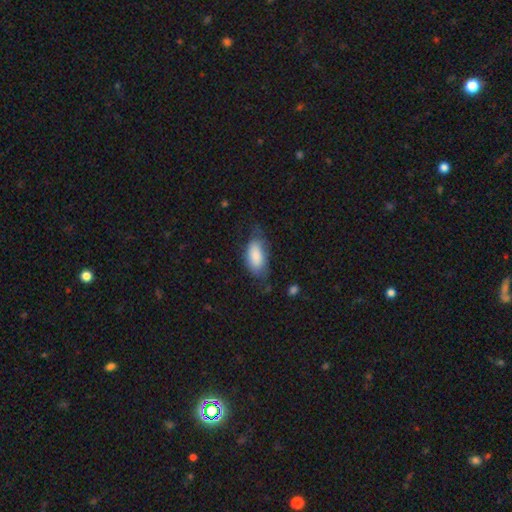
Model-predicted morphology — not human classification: type=smooth (80%); roundness=in between (92%); merging=none (51%).